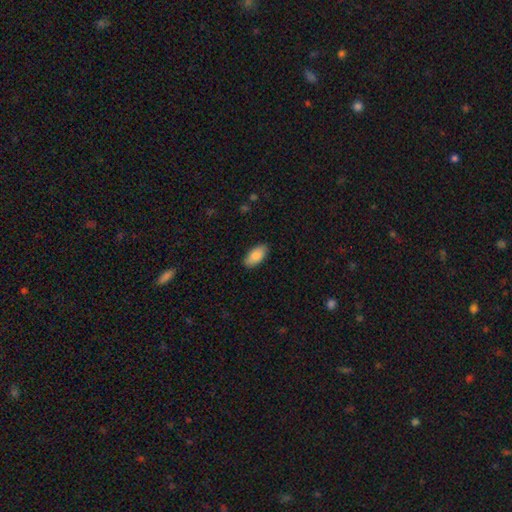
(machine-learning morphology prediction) A smooth galaxy with no disk features (86%) that is in between round and cigar-shaped (92%).

Vote fractions:
- Smooth or featured? smooth: 86% / featured or disk: 8% / star or artifact: 6%
- How rounded? in between: 92% / cigar-shaped: 6% / round: 2%
- Merging? none: 88% / minor disturbance: 9% / major disturbance: 2% / merger: 1%